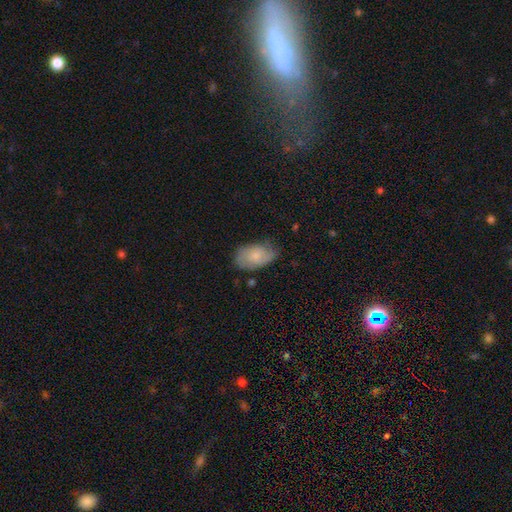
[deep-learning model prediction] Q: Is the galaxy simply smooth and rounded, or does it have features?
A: smooth — 63%.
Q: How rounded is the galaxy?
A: in between — 92%.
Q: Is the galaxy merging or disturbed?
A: none — 62%.